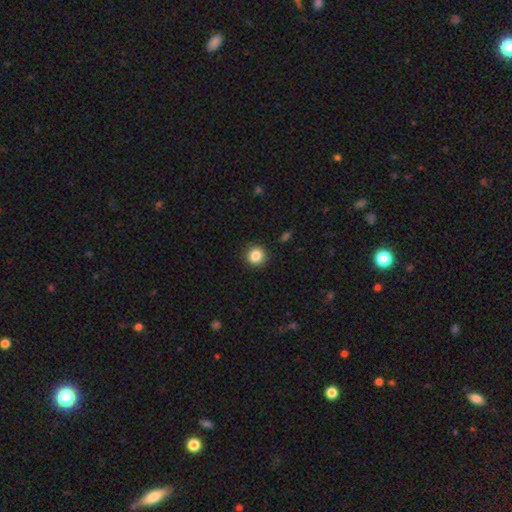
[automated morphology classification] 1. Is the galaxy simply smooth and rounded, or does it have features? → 86% smooth, 10% star or artifact, 4% featured or disk.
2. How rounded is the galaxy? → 92% round, 7% in between, 1% cigar-shaped.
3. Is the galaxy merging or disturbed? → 91% none, 6% minor disturbance, 2% major disturbance, 1% merger.